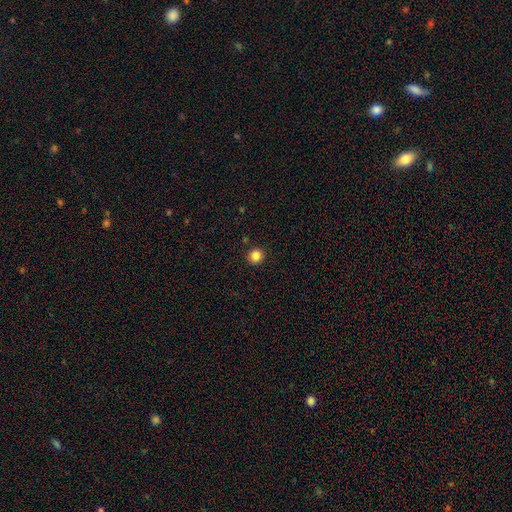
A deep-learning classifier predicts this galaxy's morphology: smooth-or-featured: smooth: 85% | star or artifact: 11% | featured or disk: 4%
  how-rounded: round: 90% | in between: 9% | cigar-shaped: 1%
  merging: none: 90% | minor disturbance: 6% | major disturbance: 2% | merger: 2%